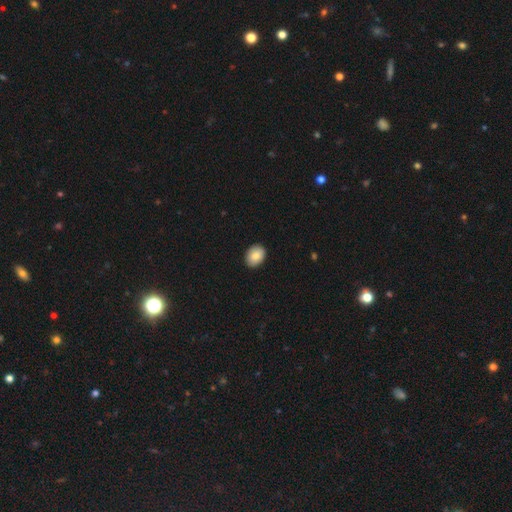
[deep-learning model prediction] Smooth or featured?
  - smooth: 86% *
  - star or artifact: 7%
  - featured or disk: 7%
How rounded?
  - in between: 70% *
  - round: 29%
  - cigar-shaped: 1%
Merging?
  - none: 90% *
  - minor disturbance: 8%
  - major disturbance: 2%
  - merger: 1%